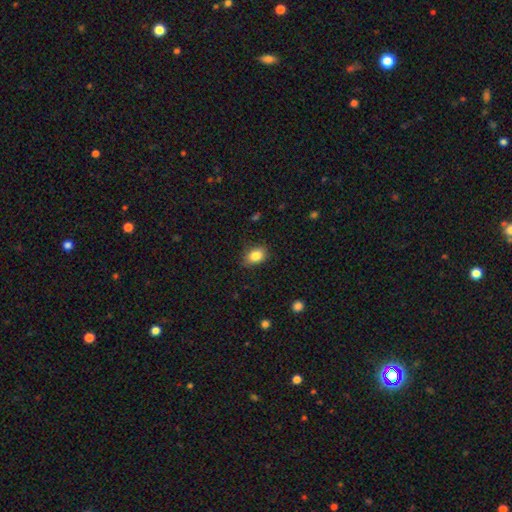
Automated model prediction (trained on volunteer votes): The model was most divided on "how rounded": in between: 76%, round: 23%, cigar-shaped: 1%. More confident: smooth or featured — smooth (84%); merging — none (82%).